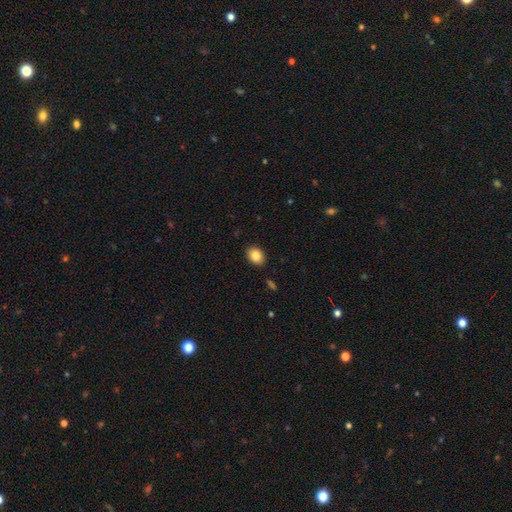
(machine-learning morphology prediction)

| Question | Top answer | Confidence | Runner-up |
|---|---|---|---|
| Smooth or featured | smooth | 85% | star or artifact (8%) |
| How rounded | in between | 71% | round (28%) |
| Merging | none | 88% | minor disturbance (9%) |